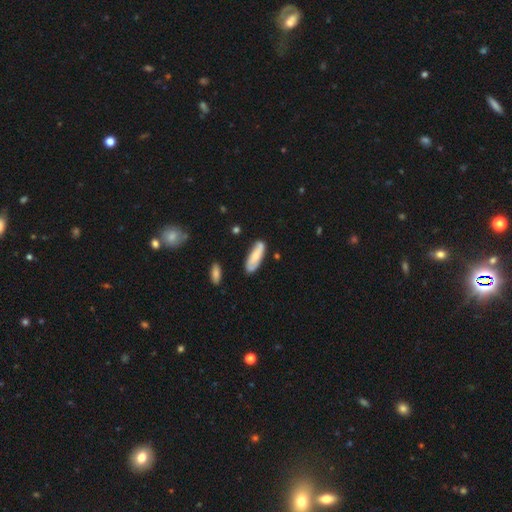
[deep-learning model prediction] Overall: smooth (68%). How rounded: in between (56%; cigar-shaped 42%). Merging: none (72%).